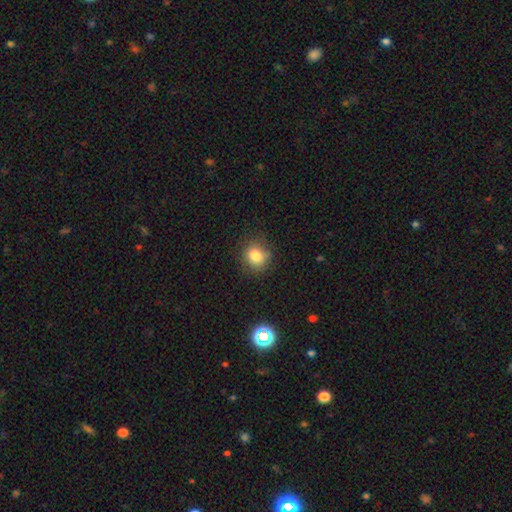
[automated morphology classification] This appears to be a smooth galaxy with no disk features (81%) that is round (77%). Merging: none (80%).